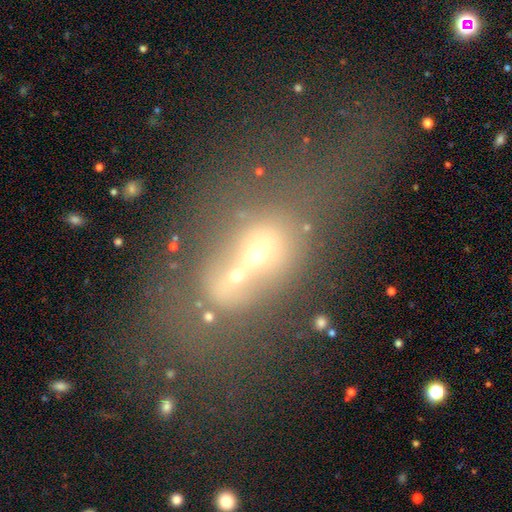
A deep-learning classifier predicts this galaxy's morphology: Smooth or featured: smooth — 46% (featured or disk — 31%)
Merging: merger — 63% (none — 18%)